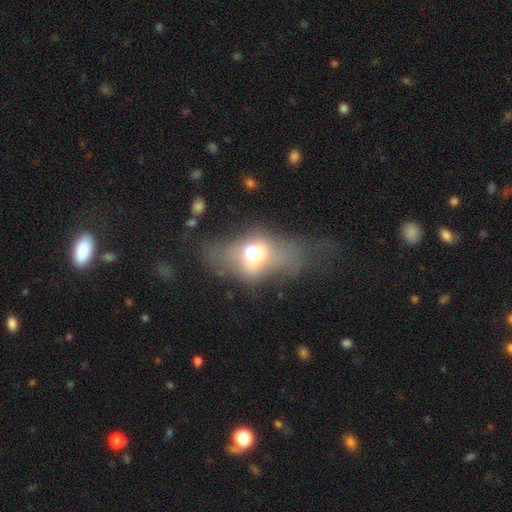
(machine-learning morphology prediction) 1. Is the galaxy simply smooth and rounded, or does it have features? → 47% smooth, 37% featured or disk, 15% star or artifact.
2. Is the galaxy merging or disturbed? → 44% major disturbance, 25% none, 17% minor disturbance, 15% merger.